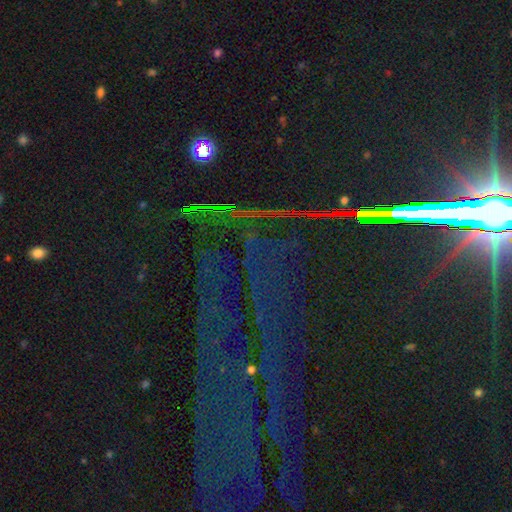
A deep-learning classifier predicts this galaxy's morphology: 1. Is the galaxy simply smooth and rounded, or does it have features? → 84% star or artifact, 9% featured or disk, 7% smooth.